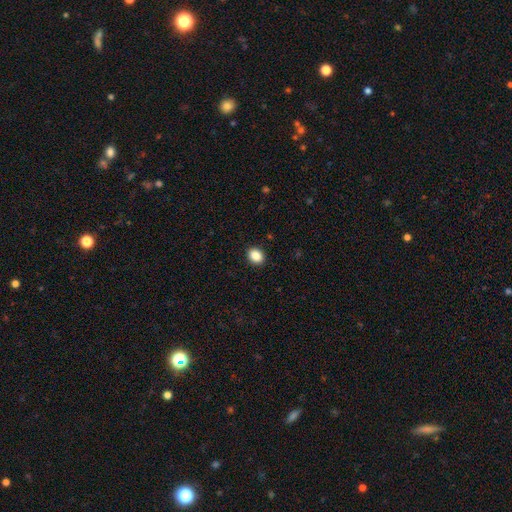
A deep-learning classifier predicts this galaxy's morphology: This is clearly a smooth galaxy (88%). How rounded: possibly in between (55%). Merging: clearly none (91%).